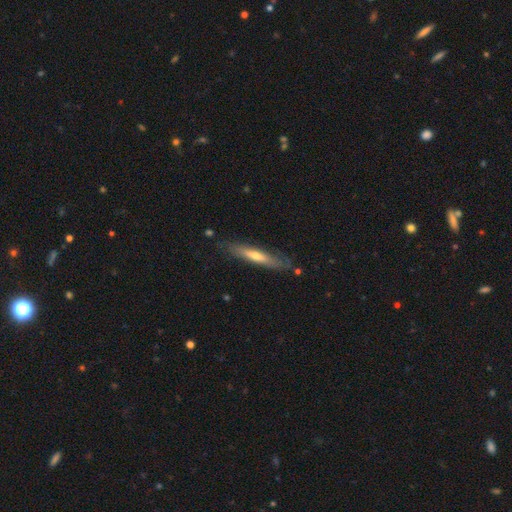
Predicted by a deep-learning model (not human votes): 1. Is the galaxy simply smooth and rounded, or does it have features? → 49% featured or disk, 45% smooth, 6% star or artifact.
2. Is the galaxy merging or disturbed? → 80% none, 14% minor disturbance, 3% major disturbance, 2% merger.